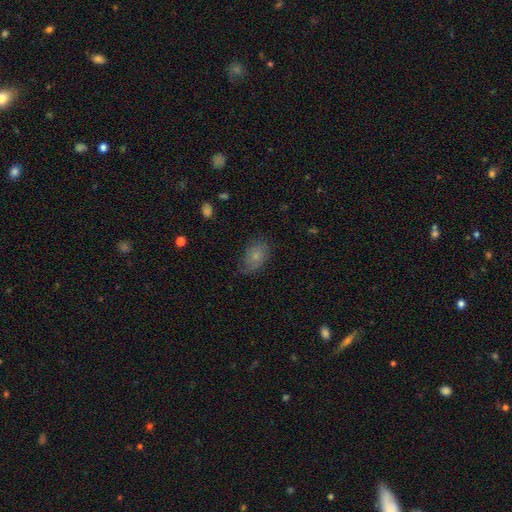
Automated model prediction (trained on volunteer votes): smooth-or-featured: smooth: 65% | featured or disk: 26% | star or artifact: 9%
  how-rounded: in between: 85% | round: 14% | cigar-shaped: 2%
  merging: none: 61% | minor disturbance: 28% | major disturbance: 10% | merger: 1%